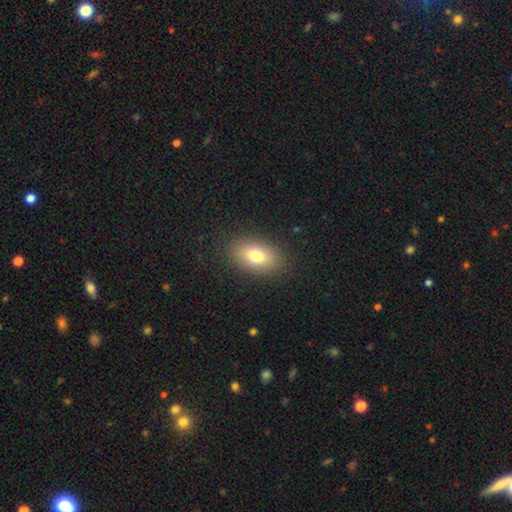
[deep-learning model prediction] Smooth or featured? Predicted: smooth (p=0.76). How rounded? Predicted: in between (p=0.86). Merging? Predicted: none (p=0.87).